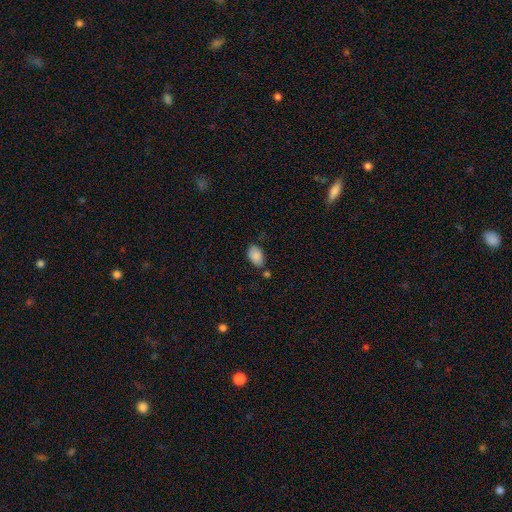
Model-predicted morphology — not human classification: smooth-or-featured: smooth: 87% | star or artifact: 7% | featured or disk: 6%
  how-rounded: in between: 91% | round: 8% | cigar-shaped: 1%
  merging: none: 69% | minor disturbance: 17% | merger: 9% | major disturbance: 4%